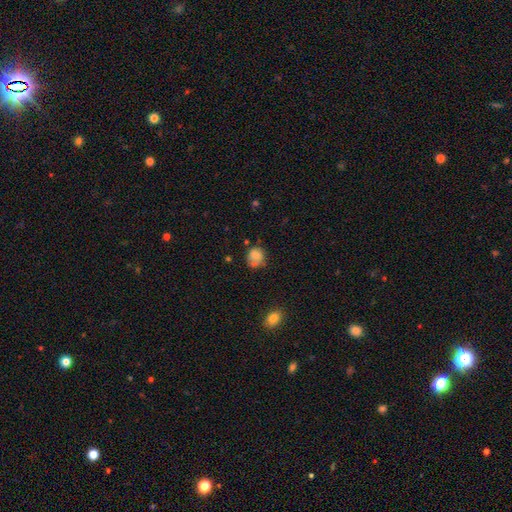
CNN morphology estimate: This is likely a smooth galaxy (72%). How rounded: likely round (69%). Merging: possibly none (53%).